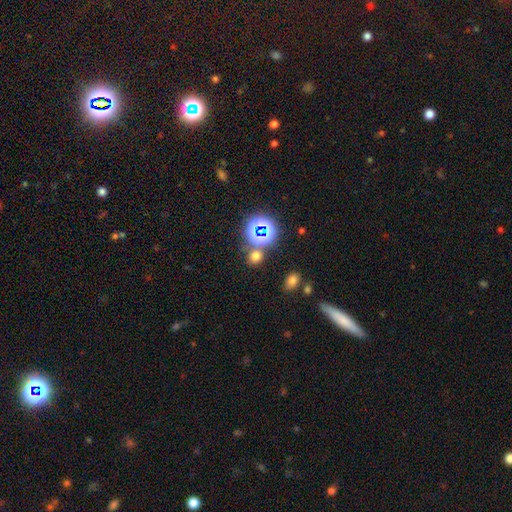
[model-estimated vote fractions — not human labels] Smooth or featured? smooth (60%)
How rounded? round (72%)
Merging? none (72%)